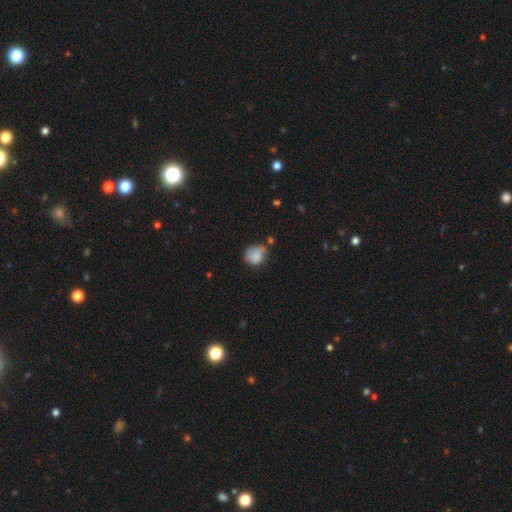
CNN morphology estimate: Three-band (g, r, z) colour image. It shows a smooth galaxy with no disk features (78%) that is round (64%). Merging: none (43%).